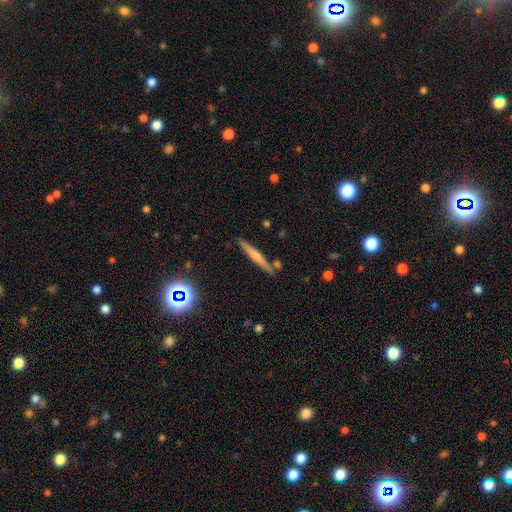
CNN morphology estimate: smooth_or_featured: featured or disk (p=0.52) [alt: smooth p=0.40]
disk_edge_on: yes (p=0.97) [alt: no p=0.03]
edge_on_bulge: rounded (p=0.63) [alt: none p=0.29]
merging: none (p=0.84) [alt: minor disturbance p=0.09]